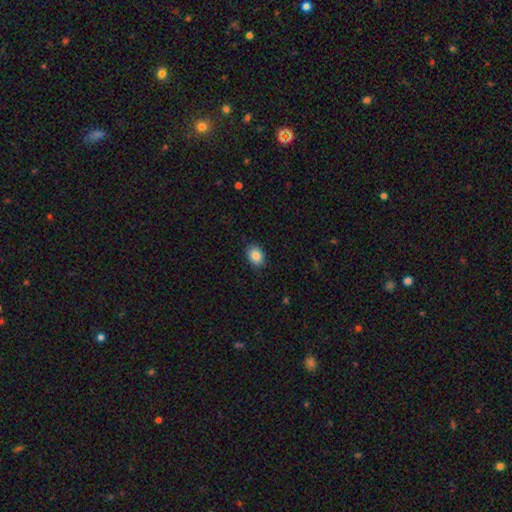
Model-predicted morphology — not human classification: Smooth or featured: smooth — 85% (star or artifact — 9%)
How rounded: in between — 67% (round — 32%)
Merging: none — 87% (minor disturbance — 10%)